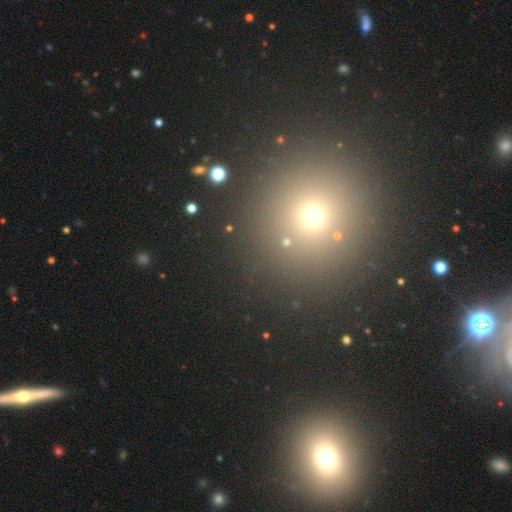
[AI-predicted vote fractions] This appears to be a star or artifact, not a galaxy (45%, tied with smooth).